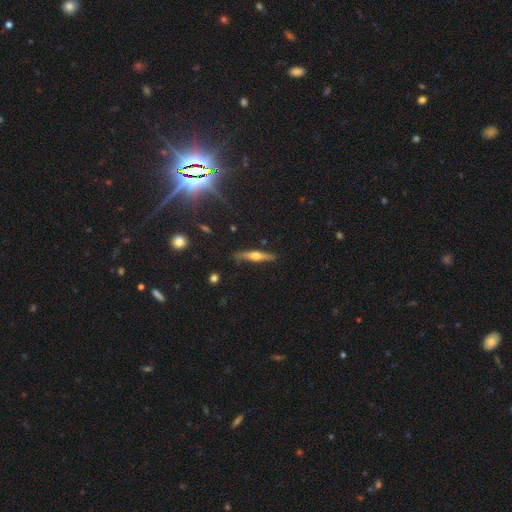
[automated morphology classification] Smooth or featured?
  - featured or disk: 61% *
  - smooth: 32%
  - star or artifact: 7%
Edge-on disk?
  - yes: 96% *
  - no: 4%
Edge-on bulge?
  - rounded: 89% *
  - boxy: 6%
  - none: 5%
Merging?
  - none: 85% *
  - minor disturbance: 11%
  - major disturbance: 2%
  - merger: 2%